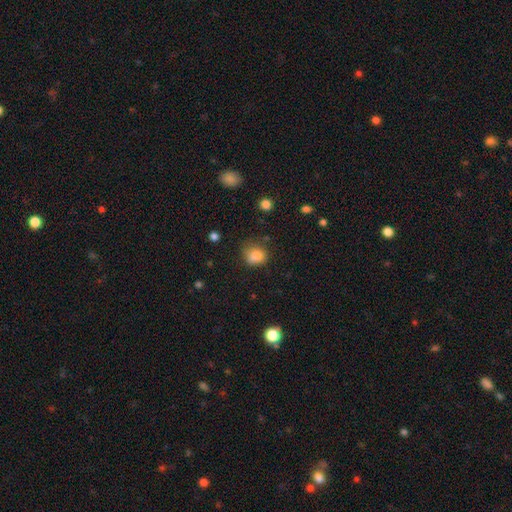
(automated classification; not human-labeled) Overall: smooth (83%). How rounded: round (65%; in between 34%). Merging: none (64%; minor disturbance 25%).